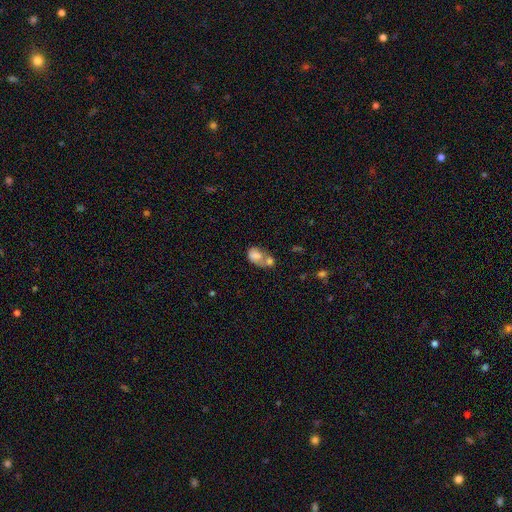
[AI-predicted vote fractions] The model was most divided on "smooth or featured": smooth: 69%, featured or disk: 22%, star or artifact: 9%. More confident: how rounded — in between (74%); merging — merger (65%).